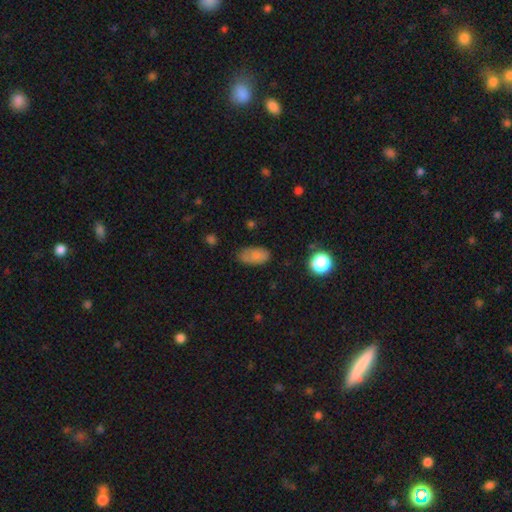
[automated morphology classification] Smooth or featured?
  - smooth: 80% *
  - star or artifact: 10%
  - featured or disk: 10%
How rounded?
  - in between: 92% *
  - round: 5%
  - cigar-shaped: 3%
Merging?
  - none: 69% *
  - minor disturbance: 23%
  - major disturbance: 6%
  - merger: 2%